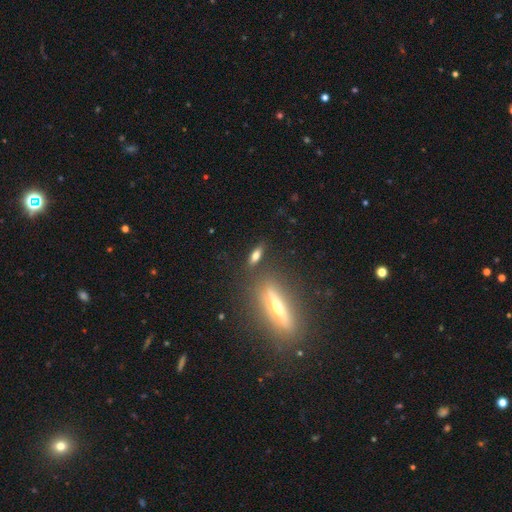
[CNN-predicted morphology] This is possibly a smooth galaxy (58%). How rounded: possibly cigar-shaped (48%). Merging: likely none (76%).